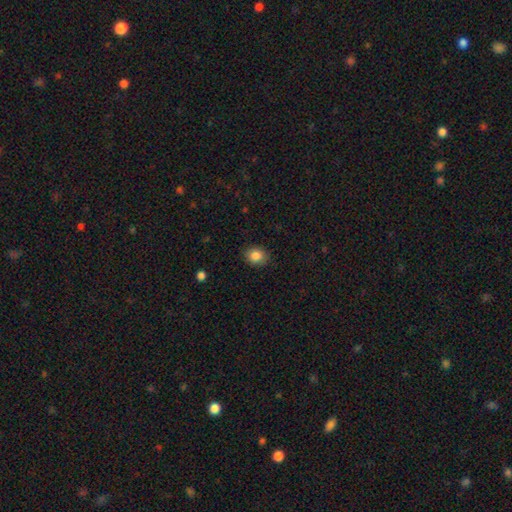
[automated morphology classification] smooth-or-featured: smooth: 86% | star or artifact: 10% | featured or disk: 5%
  how-rounded: round: 57% | in between: 42% | cigar-shaped: 1%
  merging: none: 87% | minor disturbance: 10% | major disturbance: 2% | merger: 1%